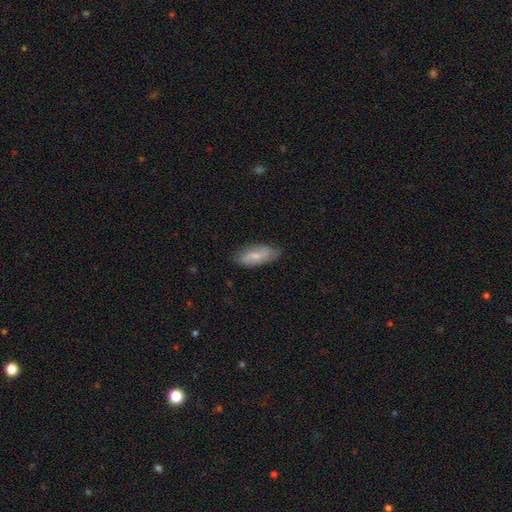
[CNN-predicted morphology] The model was most divided on "smooth or featured": smooth: 54%, featured or disk: 40%, star or artifact: 6%. More confident: how rounded — in between (79%); merging — none (76%).